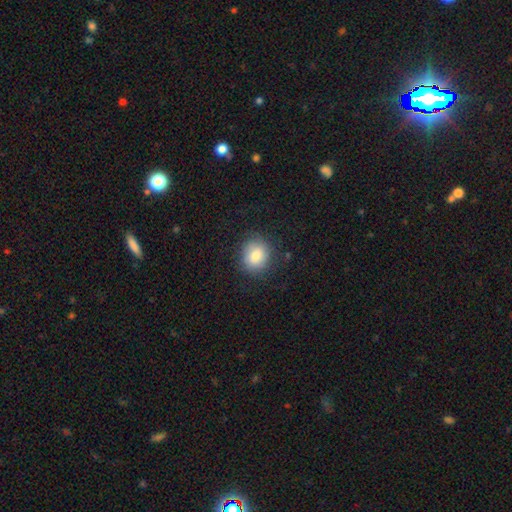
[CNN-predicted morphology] type=smooth (82%); roundness=round (72%); merging=none (83%).